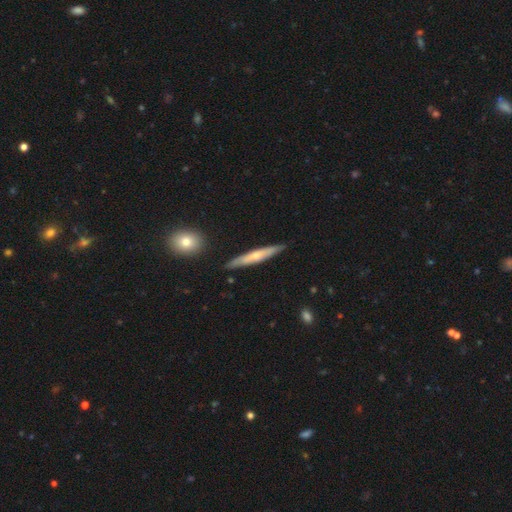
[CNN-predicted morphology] type=featured or disk (49%); merging=none (87%).